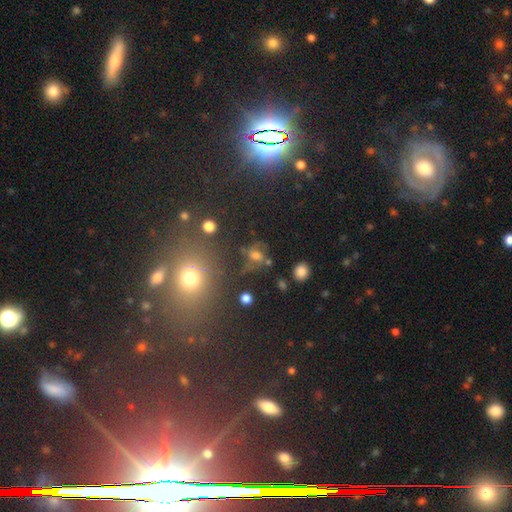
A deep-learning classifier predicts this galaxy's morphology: smooth-or-featured: star or artifact: 49% | smooth: 39% | featured or disk: 12%